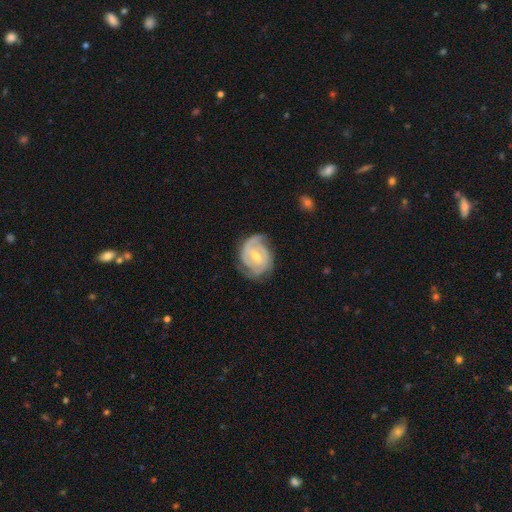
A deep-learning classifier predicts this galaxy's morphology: smooth_or_featured: featured or disk (p=0.86) [alt: smooth p=0.10]
disk_edge_on: no (p=0.98) [alt: yes p=0.02]
bar: weak (p=0.50) [alt: no p=0.32]
has_spiral_arms: yes (p=0.95) [alt: no p=0.05]
spiral_winding: tight (p=0.60) [alt: medium p=0.32]
spiral_arm_count: 2 (p=0.56) [alt: 3 p=0.18]
bulge_size: moderate (p=0.60) [alt: small p=0.36]
merging: none (p=0.69) [alt: minor disturbance p=0.22]